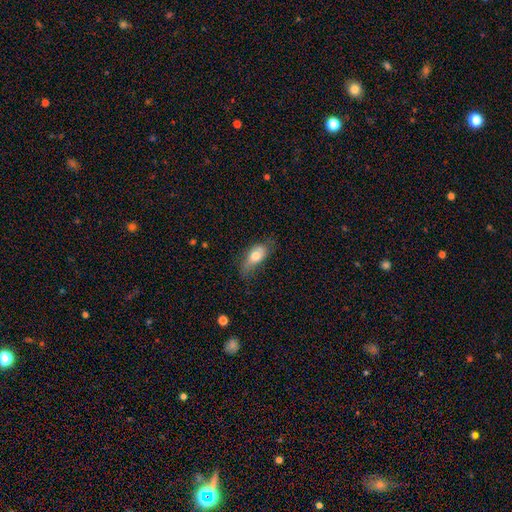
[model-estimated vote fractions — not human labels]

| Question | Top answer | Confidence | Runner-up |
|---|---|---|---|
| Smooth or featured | smooth | 67% | featured or disk (25%) |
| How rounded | in between | 81% | cigar-shaped (12%) |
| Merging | none | 43% | minor disturbance (36%) |